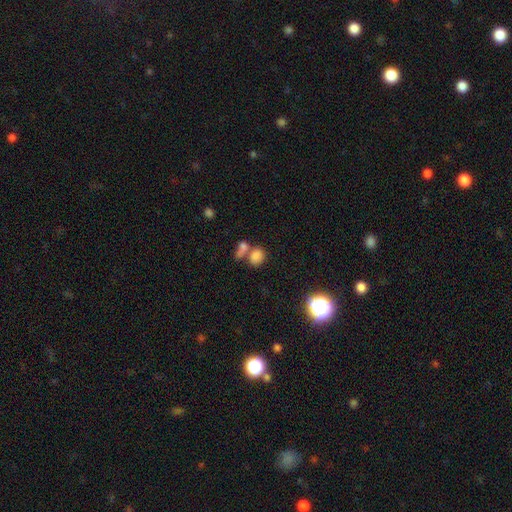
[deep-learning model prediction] smooth-or-featured: smooth: 79% | star or artifact: 12% | featured or disk: 9%
  how-rounded: in between: 53% | round: 44% | cigar-shaped: 2%
  merging: merger: 48% | none: 37% | minor disturbance: 9% | major disturbance: 5%